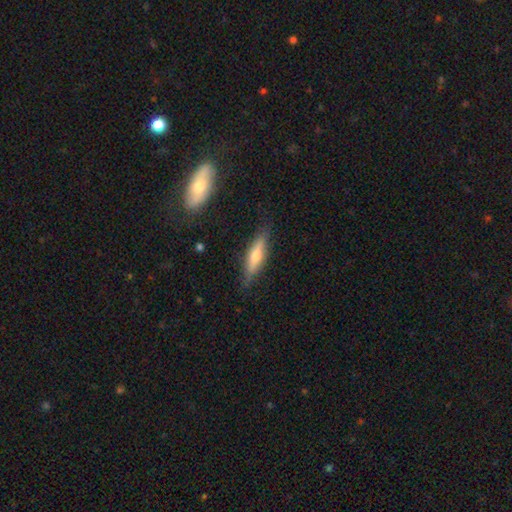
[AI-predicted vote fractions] This appears to be a smooth galaxy with no disk features (48%). Merging: none (83%).